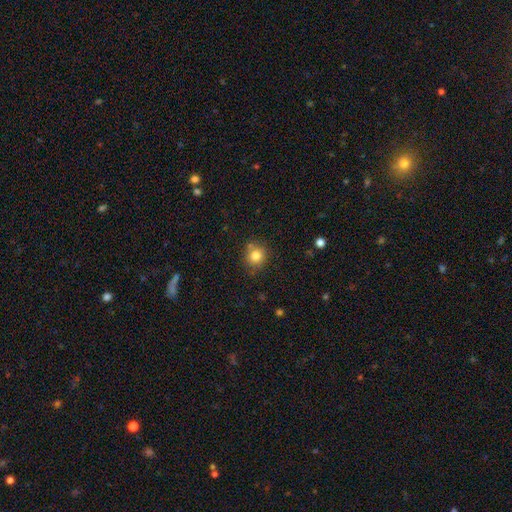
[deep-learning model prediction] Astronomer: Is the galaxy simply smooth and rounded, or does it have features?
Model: smooth — 81%.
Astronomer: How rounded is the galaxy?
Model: round — 87%.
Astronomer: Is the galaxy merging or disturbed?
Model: none — 77%.